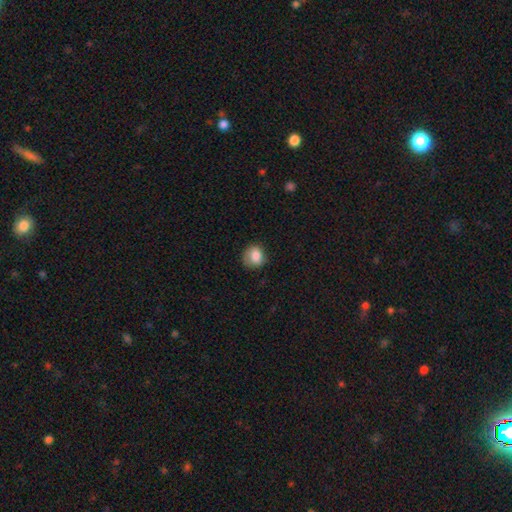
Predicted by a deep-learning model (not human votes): Overall: smooth (83%). How rounded: round (72%). Merging: none (68%).